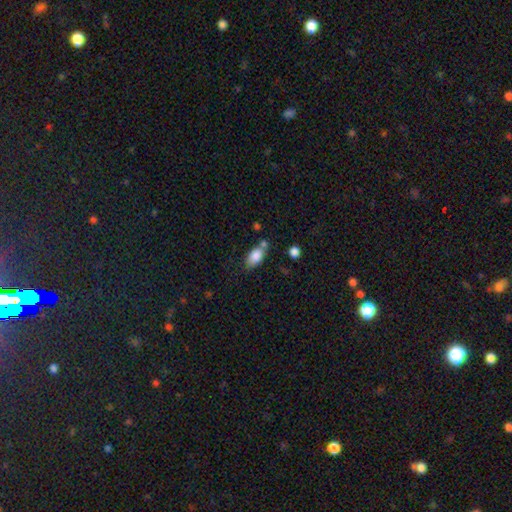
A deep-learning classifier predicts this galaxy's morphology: Smooth or featured: smooth — 84% (featured or disk — 8%)
How rounded: in between — 90% (round — 6%)
Merging: none — 54% (merger — 23%)